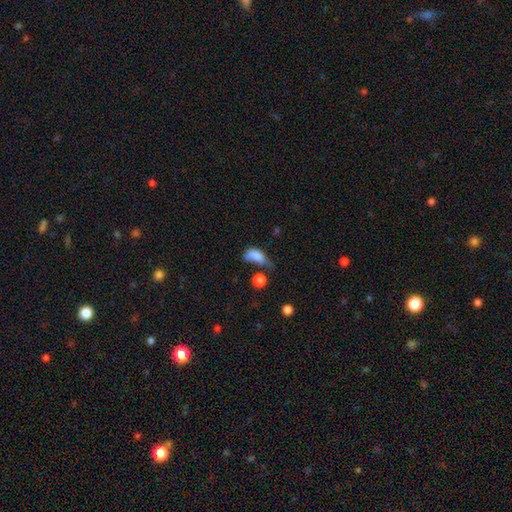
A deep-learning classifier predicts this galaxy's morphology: smooth_or_featured: smooth (p=0.75) [alt: featured or disk p=0.15]
how_rounded: in between (p=0.83) [alt: round p=0.11]
merging: major disturbance (p=0.36) [alt: minor disturbance p=0.26]